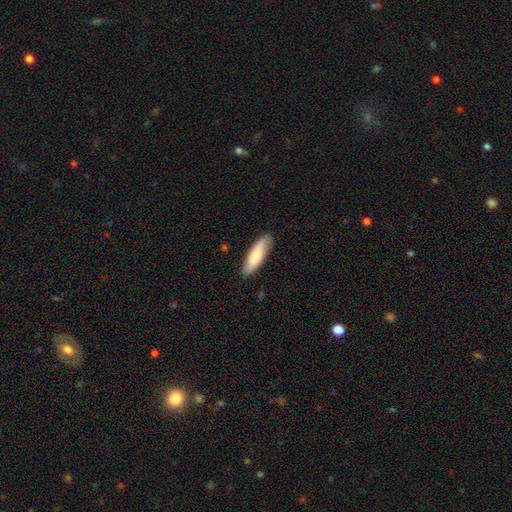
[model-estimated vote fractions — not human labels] Smooth or featured? Predicted: smooth (p=0.78). How rounded? Predicted: cigar-shaped (p=0.59). Merging? Predicted: none (p=0.86).